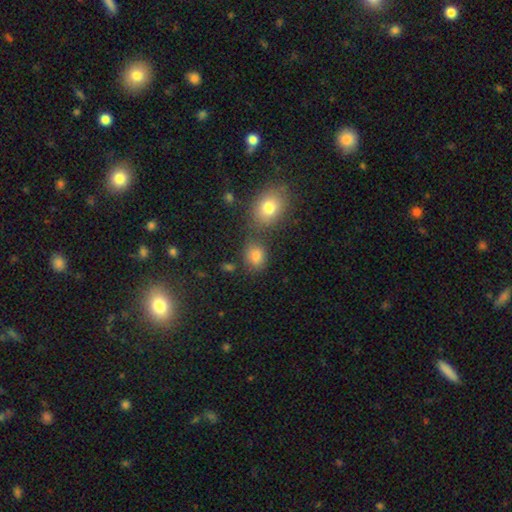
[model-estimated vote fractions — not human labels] Smooth or featured? Predicted: smooth (p=0.79). How rounded? Predicted: in between (p=0.59). Merging? Predicted: none (p=0.64).